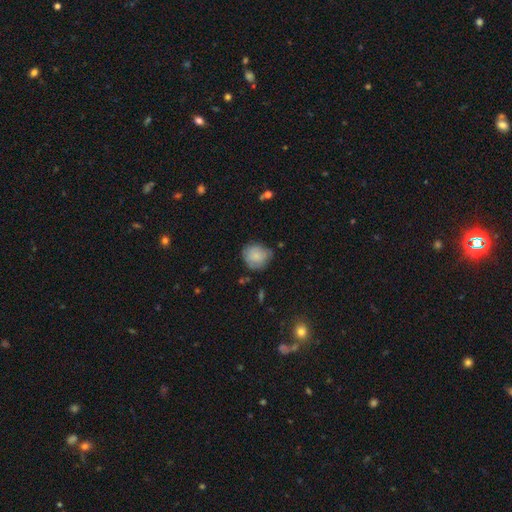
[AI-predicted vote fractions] A smooth galaxy with no disk features (78%) that is round (81%). Merging: none (64%).